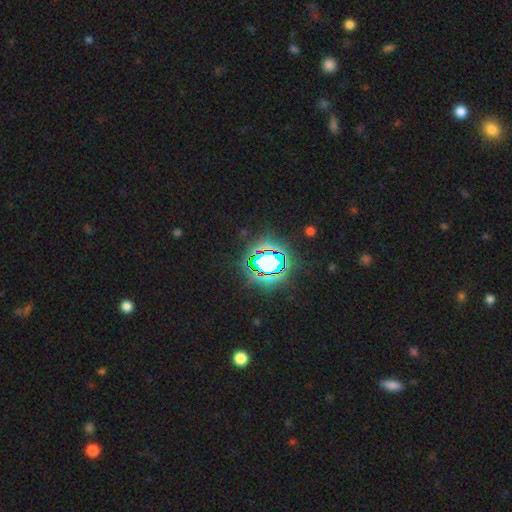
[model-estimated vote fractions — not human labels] Smooth or featured? star or artifact (80%)